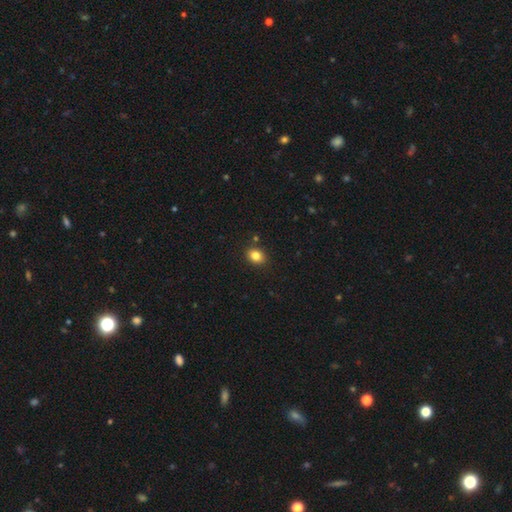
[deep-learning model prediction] Smooth or featured? Predicted: smooth (p=0.83). How rounded? Predicted: in between (p=0.53). Merging? Predicted: none (p=0.87).